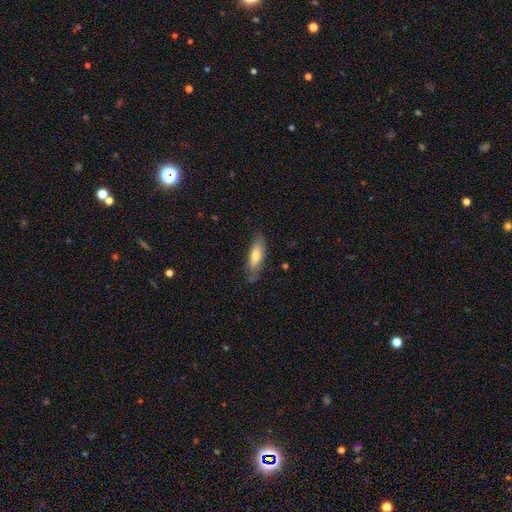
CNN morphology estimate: Smooth or featured? Predicted: smooth (p=0.68). How rounded? Predicted: in between (p=0.55). Merging? Predicted: none (p=0.73).